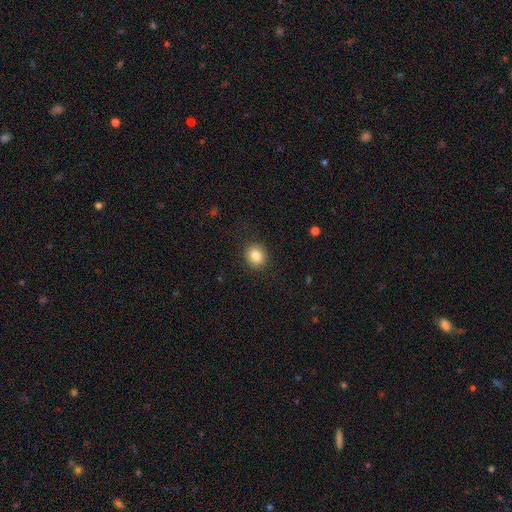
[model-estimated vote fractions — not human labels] smooth-or-featured: smooth: 85% | star or artifact: 9% | featured or disk: 5%
  how-rounded: round: 77% | in between: 23% | cigar-shaped: 1%
  merging: none: 89% | minor disturbance: 7% | major disturbance: 3% | merger: 1%